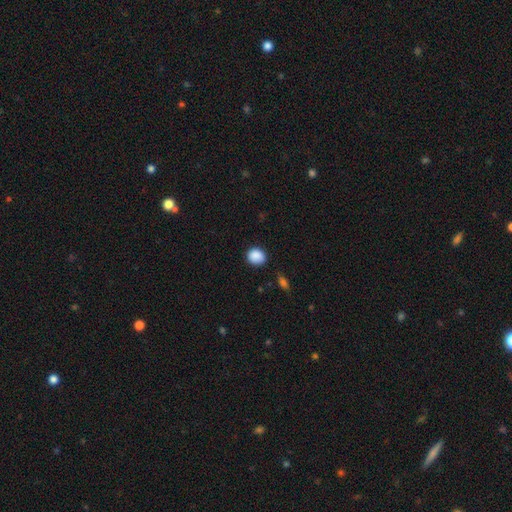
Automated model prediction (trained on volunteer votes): Smooth or featured? Predicted: smooth (p=0.89). How rounded? Predicted: round (p=0.72). Merging? Predicted: none (p=0.82).